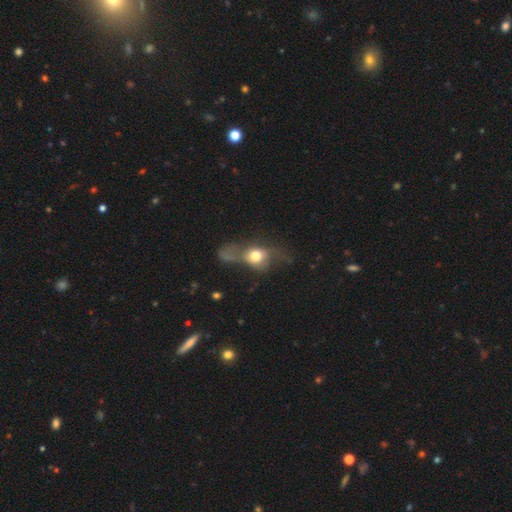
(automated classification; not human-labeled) Smooth or featured? smooth (59%)
How rounded? round (53%)
Merging? major disturbance (48%)